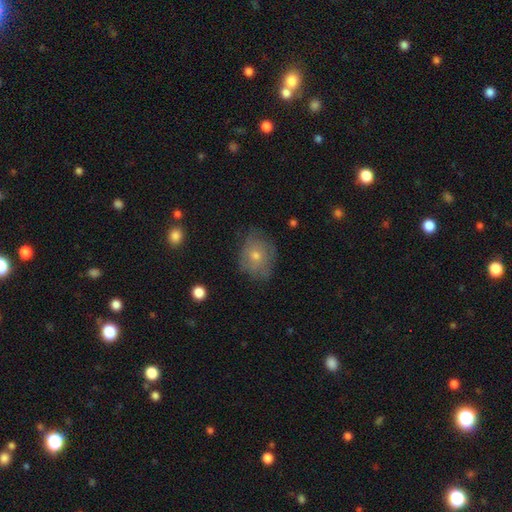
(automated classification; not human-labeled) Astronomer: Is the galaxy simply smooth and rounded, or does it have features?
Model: smooth — 57% (runner-up: featured or disk, 32%).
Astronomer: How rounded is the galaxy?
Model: round — 59% (runner-up: in between, 40%).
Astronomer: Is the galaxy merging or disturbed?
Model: none — 70%.